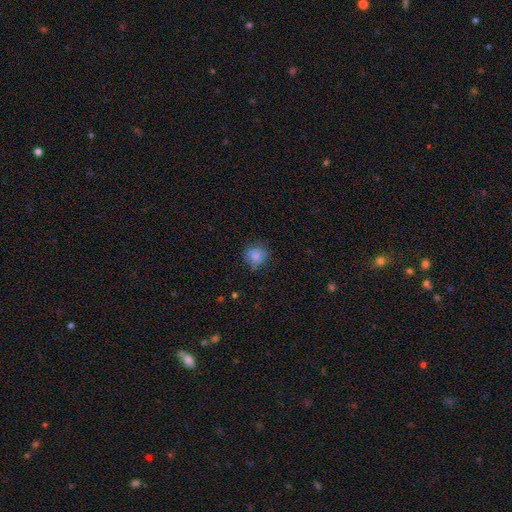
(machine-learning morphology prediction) Smooth or featured: smooth — 81% (star or artifact — 10%)
How rounded: round — 86% (in between — 13%)
Merging: none — 73% (minor disturbance — 20%)